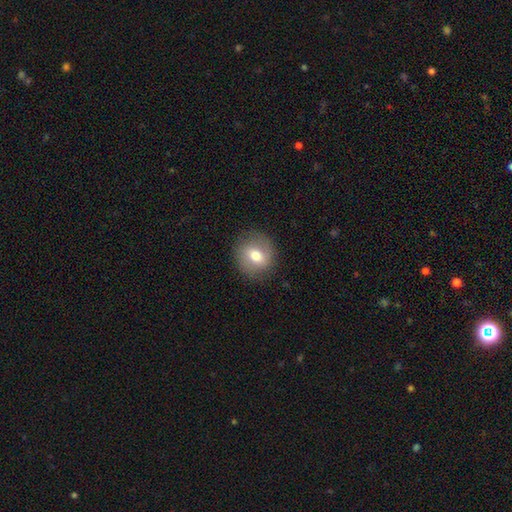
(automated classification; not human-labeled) Q: Smooth or featured?
A: smooth (65%); runner-up: featured or disk (27%)
Q: How rounded?
A: round (78%); runner-up: in between (21%)
Q: Merging?
A: none (84%); runner-up: minor disturbance (11%)